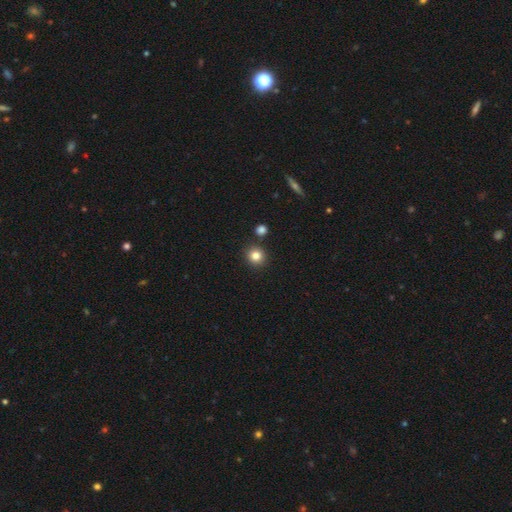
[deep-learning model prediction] smooth-or-featured: smooth: 83% | star or artifact: 11% | featured or disk: 5%
  how-rounded: round: 90% | in between: 9% | cigar-shaped: 1%
  merging: none: 87% | minor disturbance: 6% | merger: 5% | major disturbance: 2%